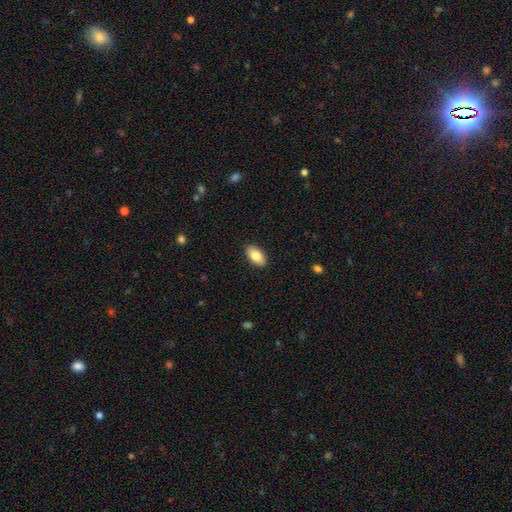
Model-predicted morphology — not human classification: A smooth galaxy with no disk features (84%) that is in between round and cigar-shaped (93%).

Vote fractions:
- Smooth or featured? smooth: 84% / featured or disk: 9% / star or artifact: 7%
- How rounded? in between: 93% / round: 4% / cigar-shaped: 3%
- Merging? none: 90% / minor disturbance: 8% / major disturbance: 2% / merger: 1%